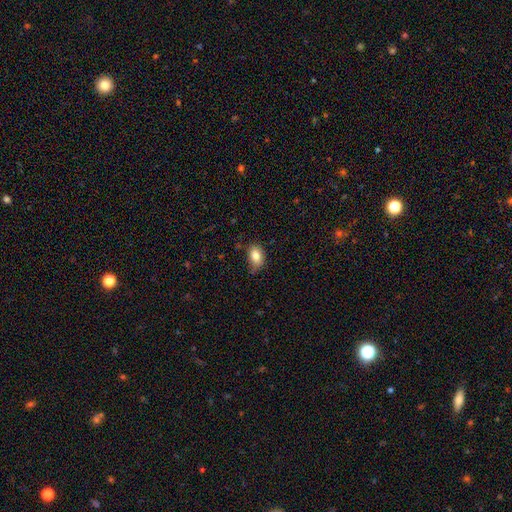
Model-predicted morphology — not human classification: A smooth galaxy with no disk features (83%) that is in between round and cigar-shaped (84%). Merging: none (63%).